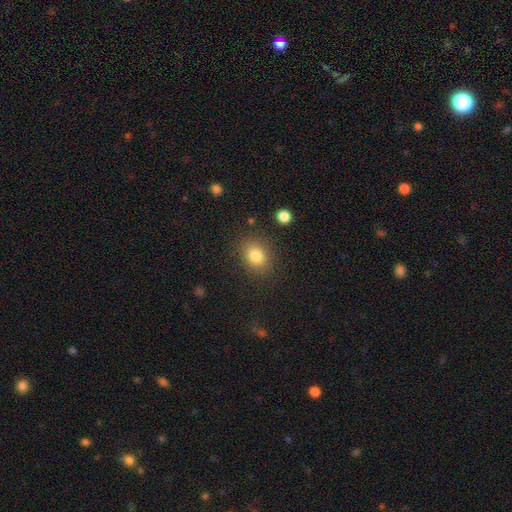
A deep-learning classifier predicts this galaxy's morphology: This is clearly a smooth galaxy (82%). How rounded: possibly round (50%). Merging: clearly none (84%).